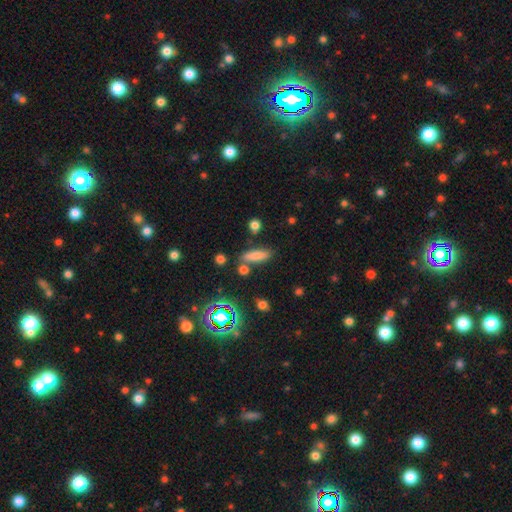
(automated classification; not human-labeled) This appears to be a smooth galaxy with no disk features (78%) that is cigar-shaped (57%). Merging: none (73%).